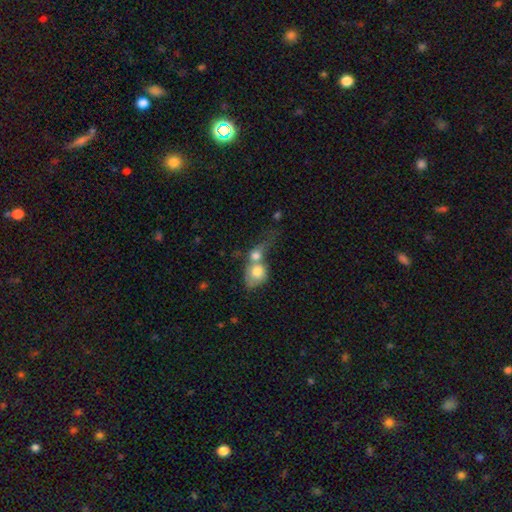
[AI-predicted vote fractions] smooth-or-featured: smooth: 72% | featured or disk: 20% | star or artifact: 8%
  how-rounded: round: 59% | in between: 39% | cigar-shaped: 3%
  merging: merger: 76% | none: 11% | major disturbance: 7% | minor disturbance: 5%